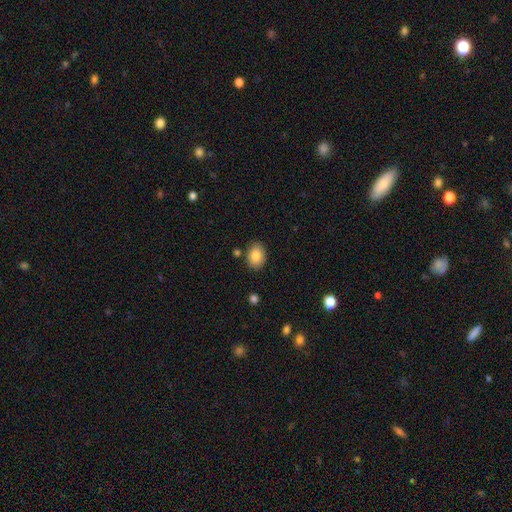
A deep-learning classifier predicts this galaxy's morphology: Smooth or featured?
  - smooth: 85% *
  - star or artifact: 8%
  - featured or disk: 7%
How rounded?
  - in between: 70% *
  - round: 29%
  - cigar-shaped: 1%
Merging?
  - none: 83% *
  - minor disturbance: 11%
  - merger: 4%
  - major disturbance: 3%